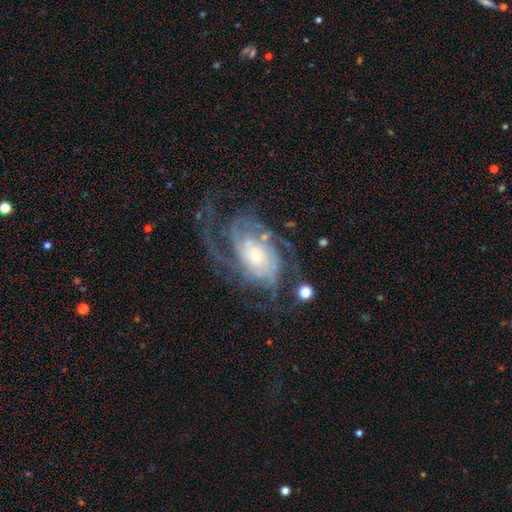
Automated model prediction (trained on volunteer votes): Morphology: type=featured or disk (88%); edge-on=no (96%); bar=no (72%); spiral arms=yes (96%); winding=tight (52%); arm count=2 (27%); bulge=small (64%); merging=none (61%).